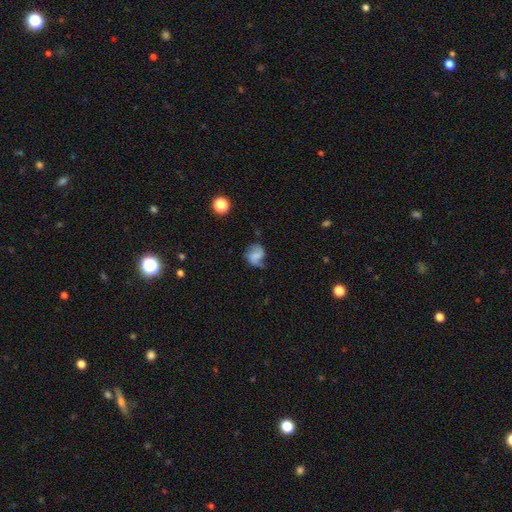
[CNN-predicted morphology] smooth_or_featured: smooth (p=0.46) [alt: featured or disk p=0.44]
merging: none (p=0.46) [alt: minor disturbance p=0.30]